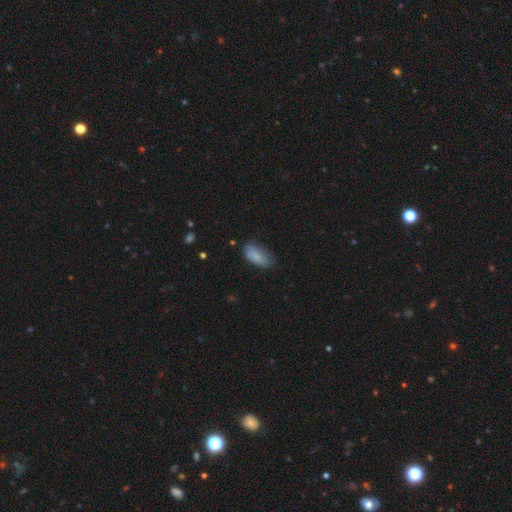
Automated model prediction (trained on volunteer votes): A smooth galaxy with no disk features (85%) that is in between round and cigar-shaped (90%).

Vote fractions:
- Smooth or featured? smooth: 85% / featured or disk: 8% / star or artifact: 7%
- How rounded? in between: 90% / cigar-shaped: 8% / round: 3%
- Merging? none: 67% / minor disturbance: 26% / major disturbance: 6% / merger: 2%